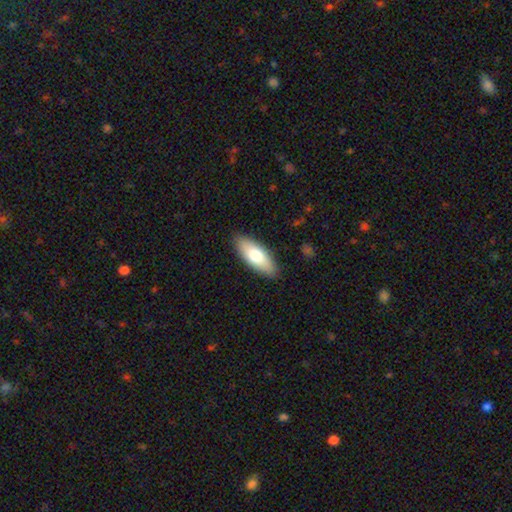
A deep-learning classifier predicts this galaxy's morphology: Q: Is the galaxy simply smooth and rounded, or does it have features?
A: smooth — 75%.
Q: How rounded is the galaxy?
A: in between — 75%.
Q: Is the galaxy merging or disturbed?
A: none — 88%.